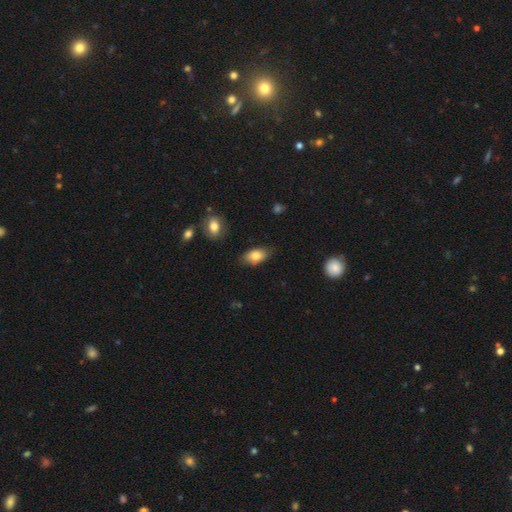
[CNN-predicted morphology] smooth 81%, featured or disk 11%, star or artifact 7%. Down the decision tree: how rounded — in between (91%); merging — none (79%).